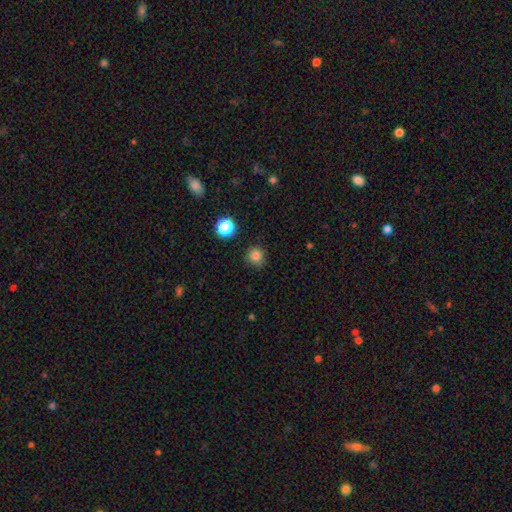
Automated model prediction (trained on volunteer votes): Morphology: type=smooth (82%); roundness=round (94%); merging=none (88%).